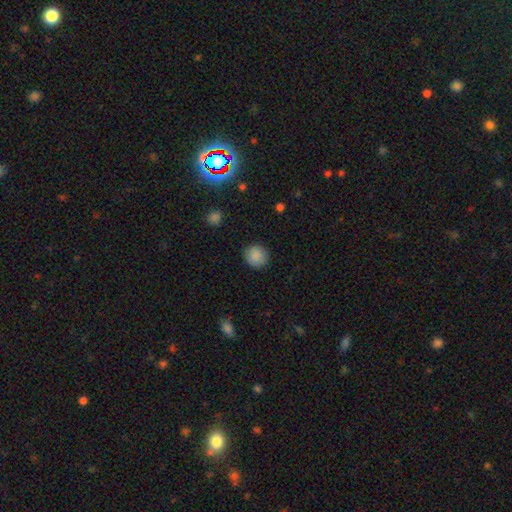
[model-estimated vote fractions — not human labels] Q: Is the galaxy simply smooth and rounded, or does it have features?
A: smooth — 88%.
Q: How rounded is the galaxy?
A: round — 89%.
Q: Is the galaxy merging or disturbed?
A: none — 89%.